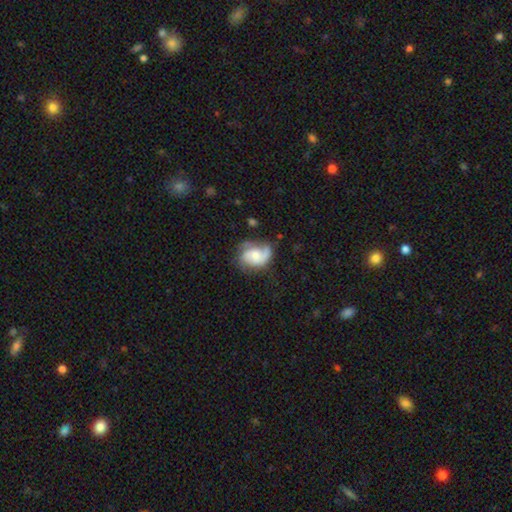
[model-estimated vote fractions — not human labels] This appears to be a featured or disk galaxy (72%) with no bar (66%), 2 (63%) medium (46%) spiral arms (93%) and a moderate central bulge (46%). Merging: none (59%).